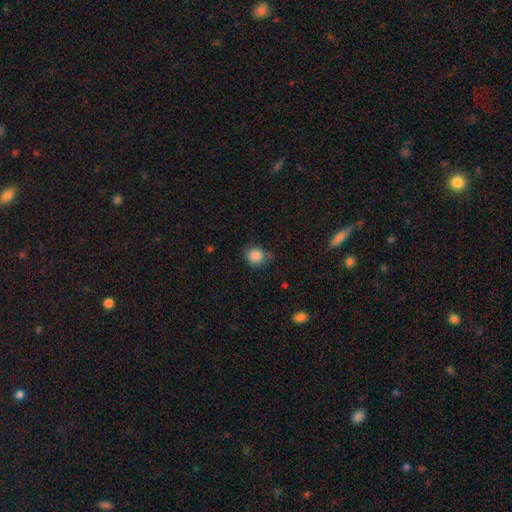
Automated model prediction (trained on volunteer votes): Smooth or featured? smooth (86%)
How rounded? round (73%)
Merging? none (62%)